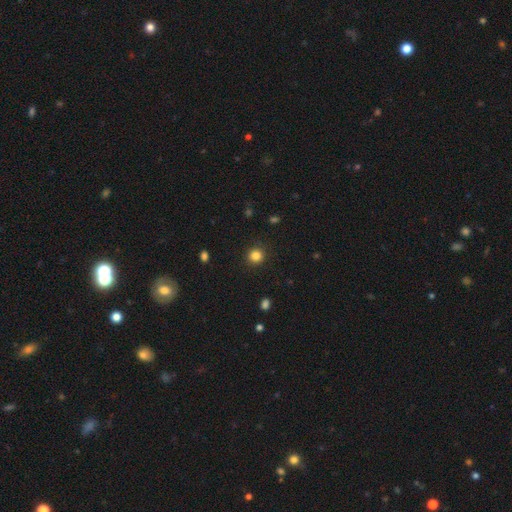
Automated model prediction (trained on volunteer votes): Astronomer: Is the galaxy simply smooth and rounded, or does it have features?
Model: smooth — 84%.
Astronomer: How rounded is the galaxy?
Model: round — 92%.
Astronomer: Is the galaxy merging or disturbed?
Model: none — 90%.